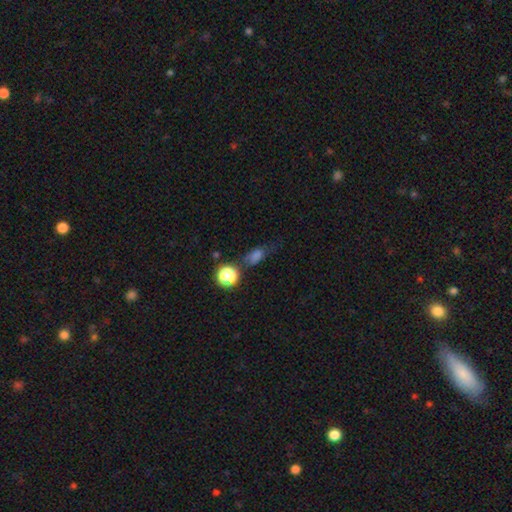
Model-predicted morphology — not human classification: Smooth or featured: smooth — 62% (star or artifact — 26%)
How rounded: in between — 58% (round — 31%)
Merging: none — 53% (minor disturbance — 22%)